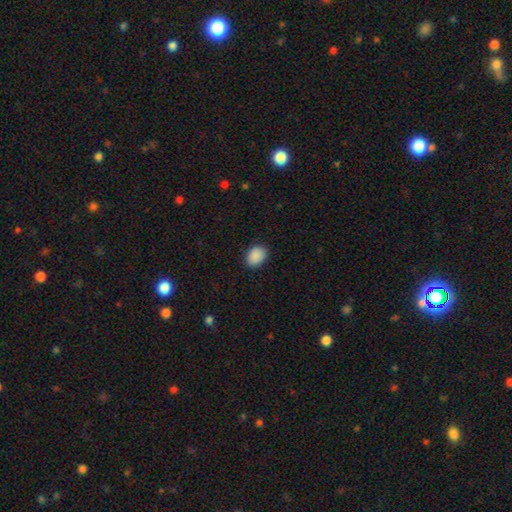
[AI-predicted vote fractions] Smooth or featured? Predicted: smooth (p=0.90). How rounded? Predicted: in between (p=0.63). Merging? Predicted: none (p=0.87).